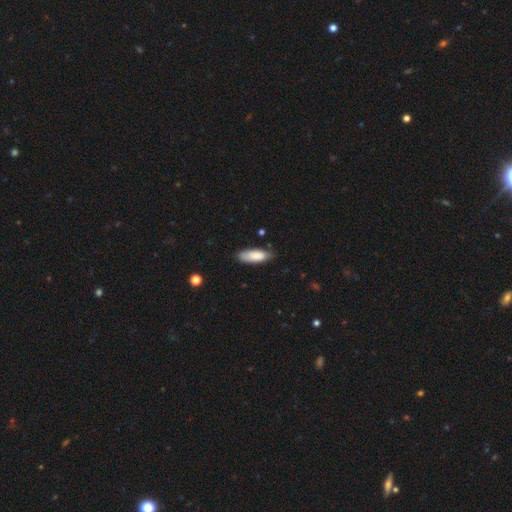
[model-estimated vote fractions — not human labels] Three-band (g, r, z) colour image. It shows a smooth galaxy with no disk features (84%) that is in between round and cigar-shaped (69%). Merging: none (71%).